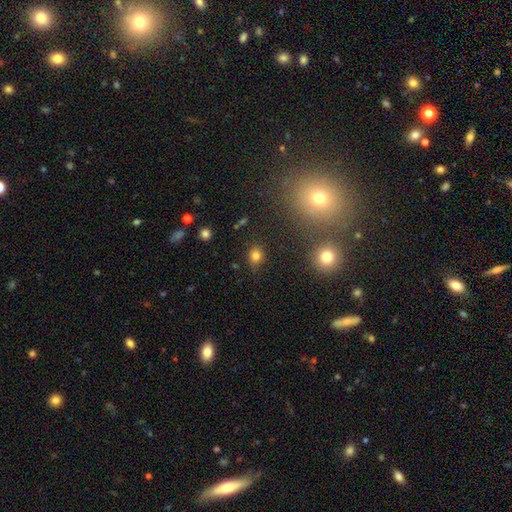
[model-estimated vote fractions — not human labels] smooth_or_featured: smooth (p=0.80) [alt: star or artifact p=0.14]
how_rounded: round (p=0.75) [alt: in between p=0.24]
merging: none (p=0.82) [alt: minor disturbance p=0.12]